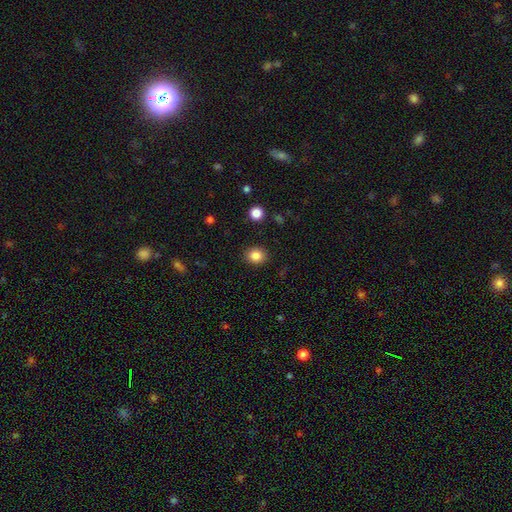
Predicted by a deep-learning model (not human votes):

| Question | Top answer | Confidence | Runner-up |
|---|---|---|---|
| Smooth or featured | smooth | 85% | star or artifact (10%) |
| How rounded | round | 68% | in between (31%) |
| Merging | none | 90% | minor disturbance (7%) |